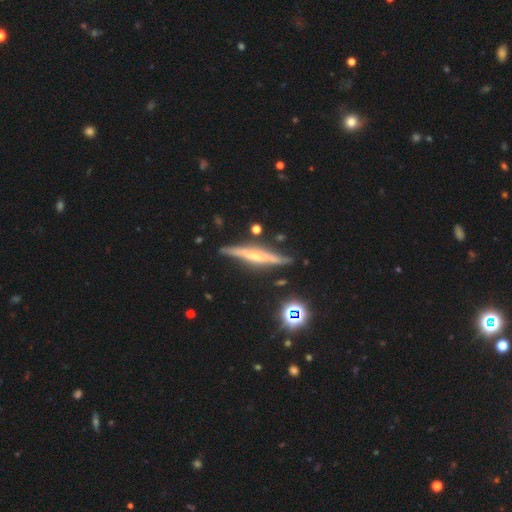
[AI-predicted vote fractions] smooth-or-featured: featured or disk: 73% | smooth: 19% | star or artifact: 8%
  disk-edge-on: yes: 96% | no: 4%
    edge-on-bulge: rounded: 66% | none: 19% | boxy: 15%
  merging: none: 82% | minor disturbance: 13% | merger: 3% | major disturbance: 3%